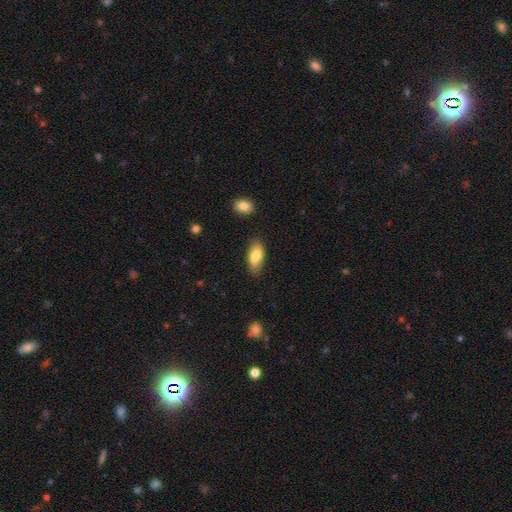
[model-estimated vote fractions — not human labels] Morphology: type=smooth (80%); roundness=in between (86%); merging=none (79%).